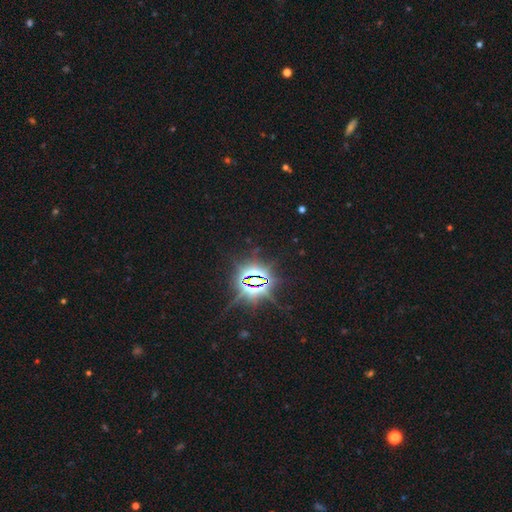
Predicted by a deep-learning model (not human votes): Smooth or featured?
  - star or artifact: 85% *
  - smooth: 8%
  - featured or disk: 6%